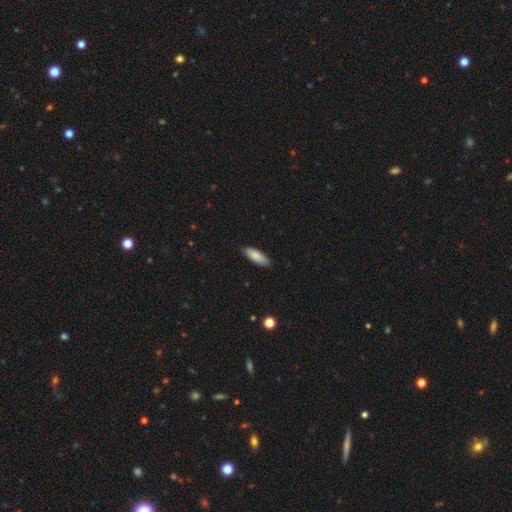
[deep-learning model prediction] Overall: smooth (85%). How rounded: in between (63%; cigar-shaped 36%). Merging: none (85%).